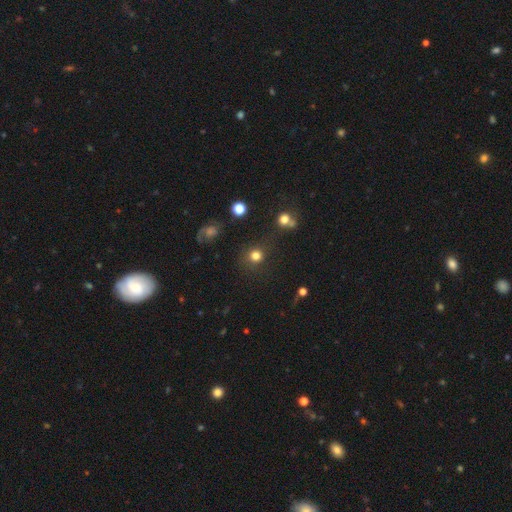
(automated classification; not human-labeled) Smooth or featured: smooth — 77% (star or artifact — 17%)
How rounded: round — 90% (in between — 9%)
Merging: none — 80% (minor disturbance — 10%)